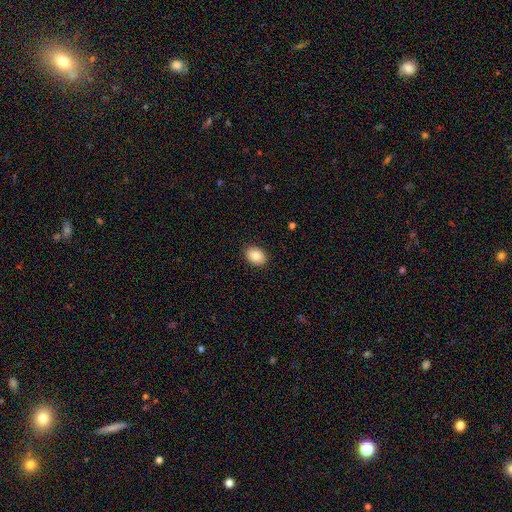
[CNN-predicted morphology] A smooth galaxy with no disk features (87%) that is in between round and cigar-shaped (75%). Merging: none (89%).